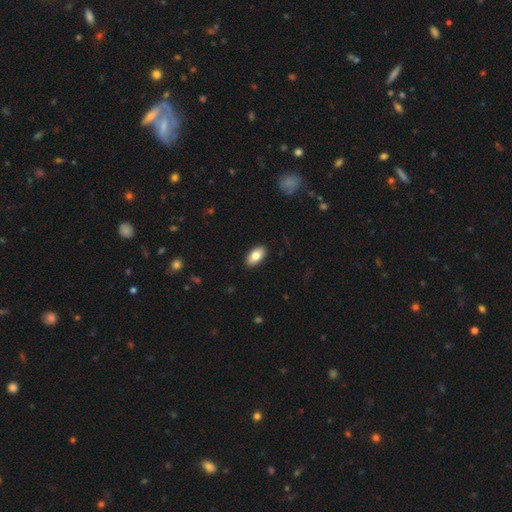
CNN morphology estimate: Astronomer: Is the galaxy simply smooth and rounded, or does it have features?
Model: smooth — 82%.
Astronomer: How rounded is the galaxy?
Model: in between — 94%.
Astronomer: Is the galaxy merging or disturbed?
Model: none — 90%.